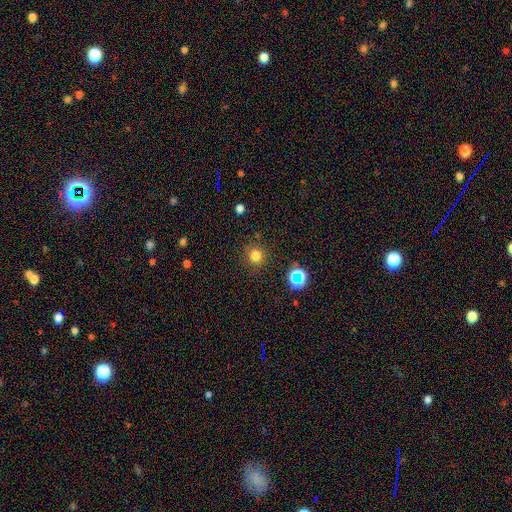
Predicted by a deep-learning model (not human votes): smooth_or_featured: smooth (p=0.78) [alt: star or artifact p=0.17]
how_rounded: round (p=0.91) [alt: in between p=0.08]
merging: none (p=0.86) [alt: minor disturbance p=0.08]